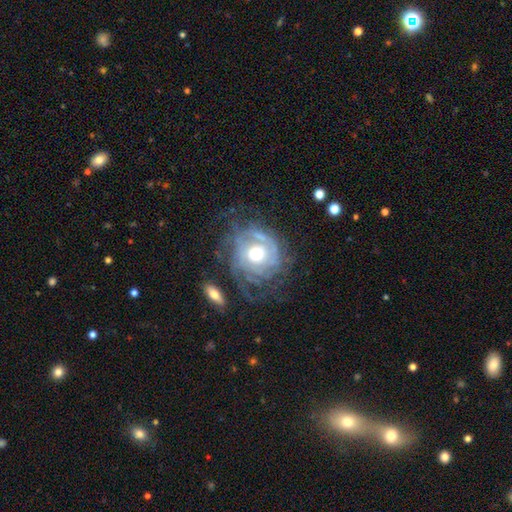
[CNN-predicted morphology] The model was most divided on "spiral arm count": can't tell: 47%, 3: 15%, 2: 14%, 4: 10%, more than 4: 7%, 1: 7%. More confident: edge-on disk — no (97%); spiral arms — yes (88%); smooth or featured — featured or disk (83%); bar — no (80%); spiral winding — tight (69%); bulge size — moderate (67%); merging — none (59%).